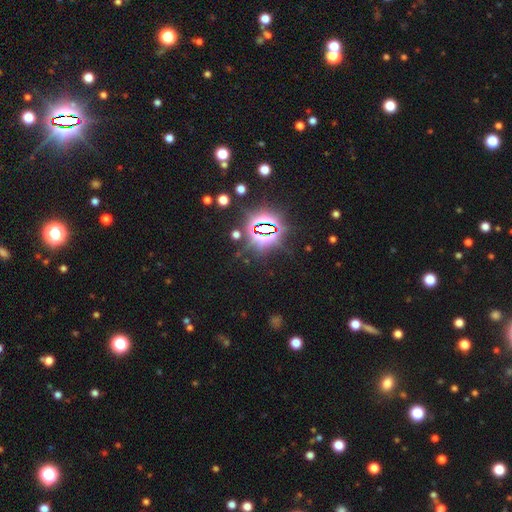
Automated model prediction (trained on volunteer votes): A star or artifact, not a galaxy (84%).

Vote fractions:
- Smooth or featured? star or artifact: 84% / smooth: 10% / featured or disk: 6%